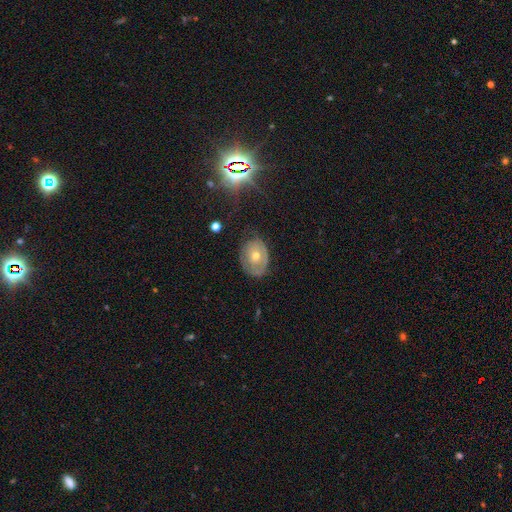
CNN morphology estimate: This appears to be a featured or disk galaxy (54%) with no bar (84%), no spiral arms (51%) and a moderate central bulge (59%). Merging: none (70%).